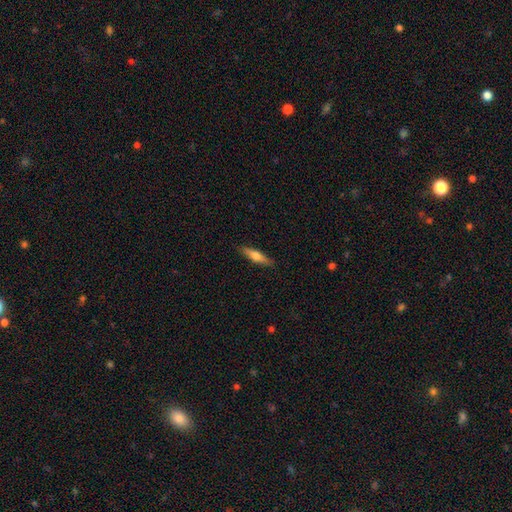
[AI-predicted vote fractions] A smooth galaxy with no disk features (52%) that is cigar-shaped (76%). Merging: none (88%).